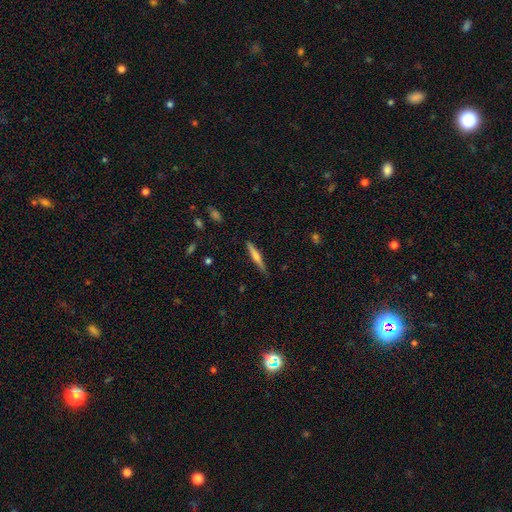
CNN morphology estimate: featured or disk 48%, smooth 46%, star or artifact 6%. Down the decision tree: merging — none (86%).